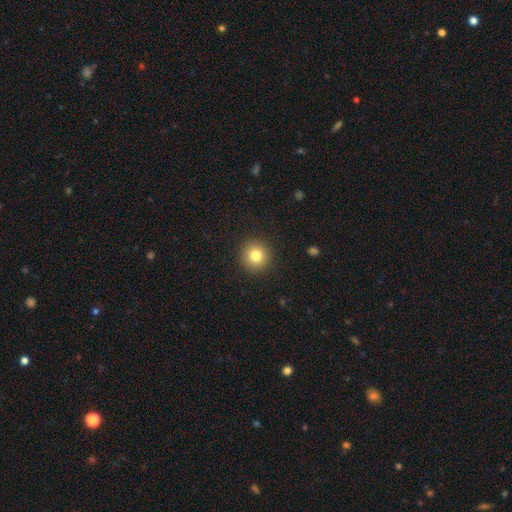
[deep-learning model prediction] Smooth or featured? smooth (81%)
How rounded? round (94%)
Merging? none (92%)